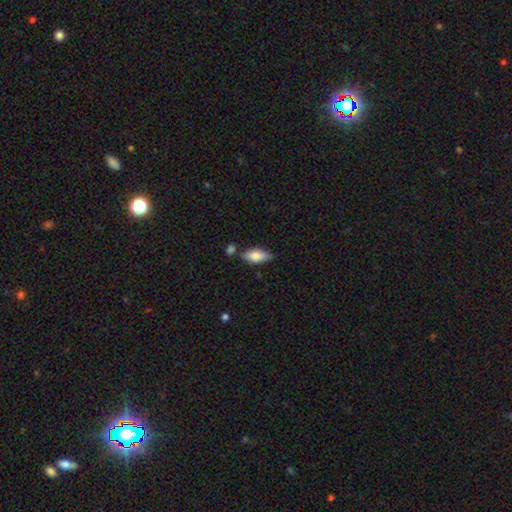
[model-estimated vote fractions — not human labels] Overall: smooth (79%). How rounded: in between (82%). Merging: none (67%).